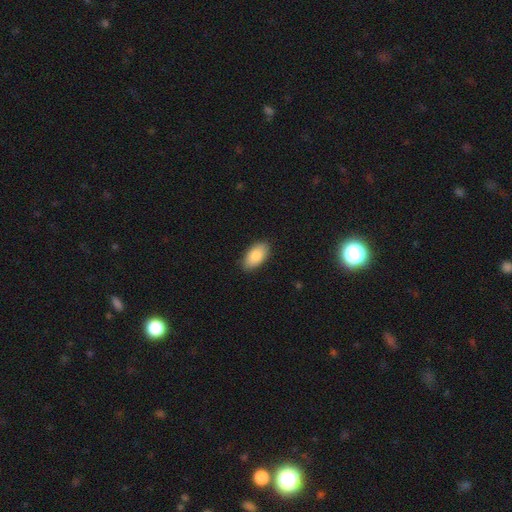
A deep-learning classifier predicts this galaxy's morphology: A smooth galaxy with no disk features (85%) that is in between round and cigar-shaped (94%). Merging: none (88%).